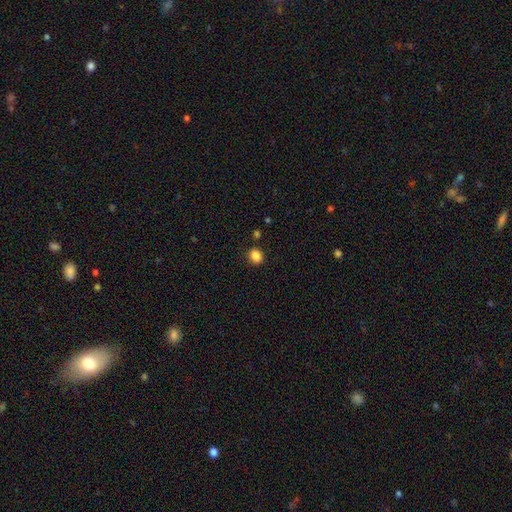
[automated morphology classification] Overall: smooth (86%). How rounded: round (54%; in between 45%). Merging: none (86%).